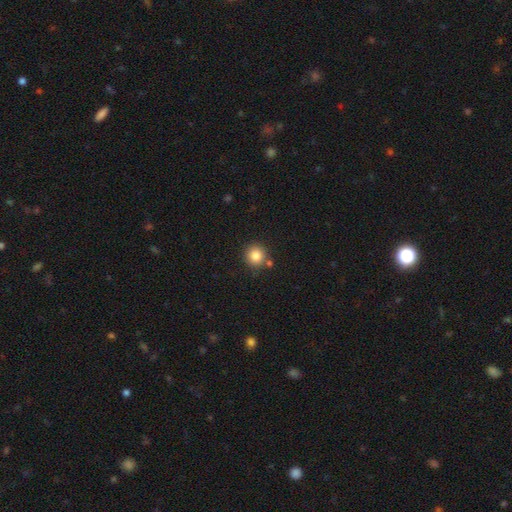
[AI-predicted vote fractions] Smooth or featured: smooth — 83% (star or artifact — 11%)
How rounded: round — 92% (in between — 7%)
Merging: none — 80% (merger — 9%)